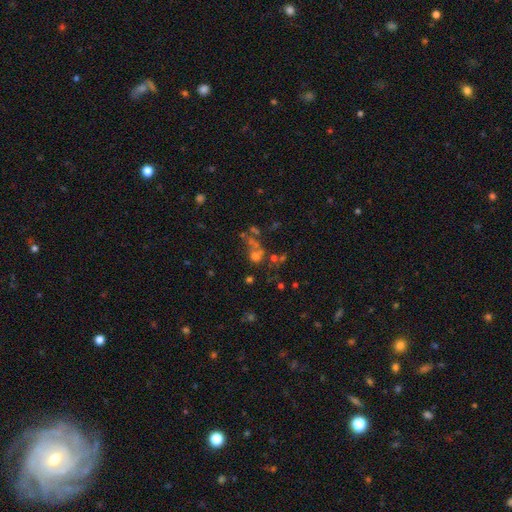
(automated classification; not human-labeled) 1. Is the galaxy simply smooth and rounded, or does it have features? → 45% star or artifact, 29% smooth, 26% featured or disk.